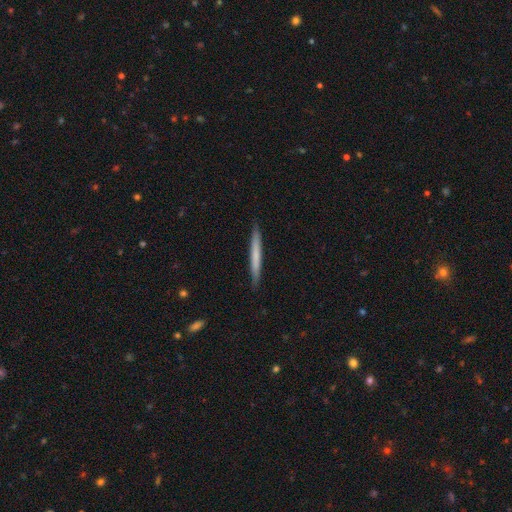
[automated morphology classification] Smooth or featured?
  - smooth: 63% *
  - featured or disk: 32%
  - star or artifact: 5%
How rounded?
  - cigar-shaped: 97% *
  - in between: 2%
  - round: 1%
Merging?
  - none: 91% *
  - minor disturbance: 7%
  - major disturbance: 1%
  - merger: 1%